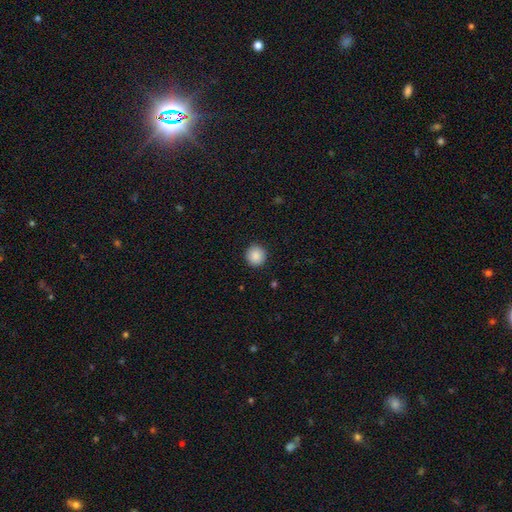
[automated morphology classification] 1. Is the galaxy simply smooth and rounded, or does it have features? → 88% smooth, 8% star or artifact, 3% featured or disk.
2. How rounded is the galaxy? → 94% round, 5% in between, 1% cigar-shaped.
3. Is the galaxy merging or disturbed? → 92% none, 5% minor disturbance, 2% major disturbance, 1% merger.